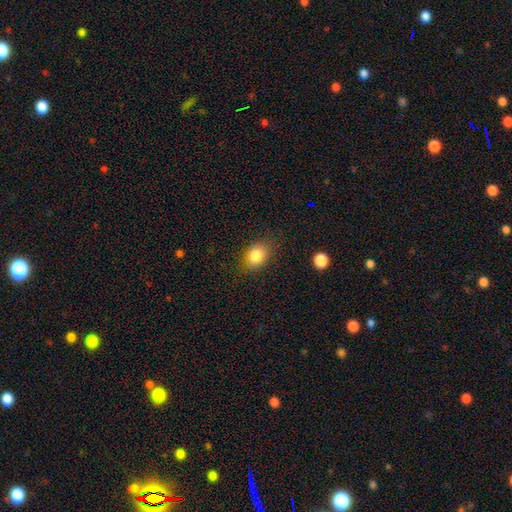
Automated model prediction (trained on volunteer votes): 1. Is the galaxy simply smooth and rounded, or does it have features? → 84% smooth, 9% star or artifact, 7% featured or disk.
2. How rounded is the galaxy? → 65% in between, 34% round, 1% cigar-shaped.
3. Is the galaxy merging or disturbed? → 78% none, 16% minor disturbance, 5% major disturbance, 1% merger.